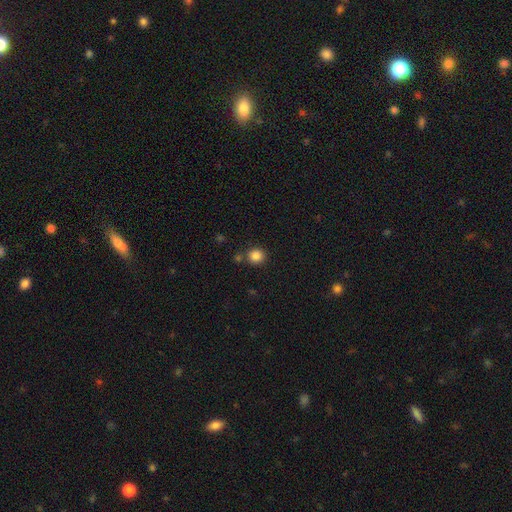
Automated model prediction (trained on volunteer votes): This appears to be a smooth galaxy with no disk features (85%) that is round (89%). Merging: none (80%).